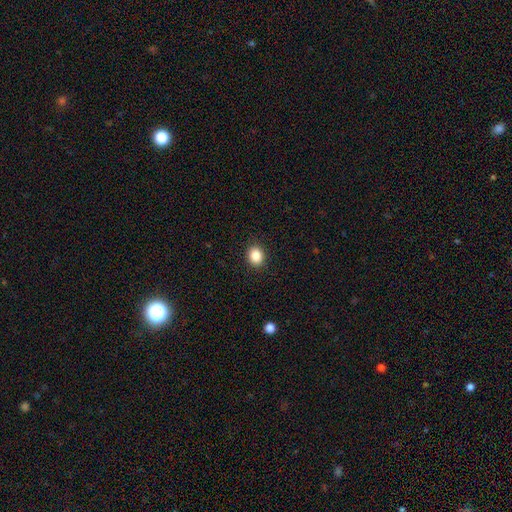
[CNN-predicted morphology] smooth_or_featured: smooth (p=0.86) [alt: star or artifact p=0.10]
how_rounded: round (p=0.60) [alt: in between p=0.39]
merging: none (p=0.91) [alt: minor disturbance p=0.06]